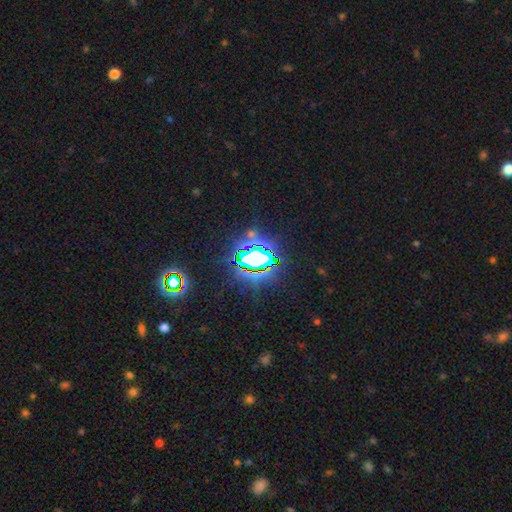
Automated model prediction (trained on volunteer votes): Smooth or featured: star or artifact — 73% (smooth — 16%)